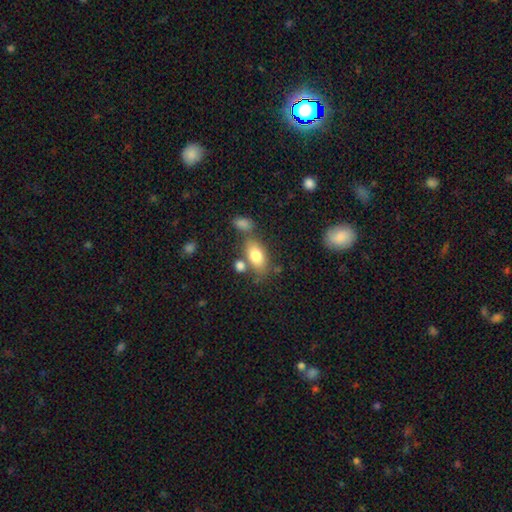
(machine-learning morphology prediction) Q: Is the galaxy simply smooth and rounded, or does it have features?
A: smooth — 78%.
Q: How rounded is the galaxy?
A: in between — 87%.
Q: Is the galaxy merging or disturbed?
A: none — 61%.